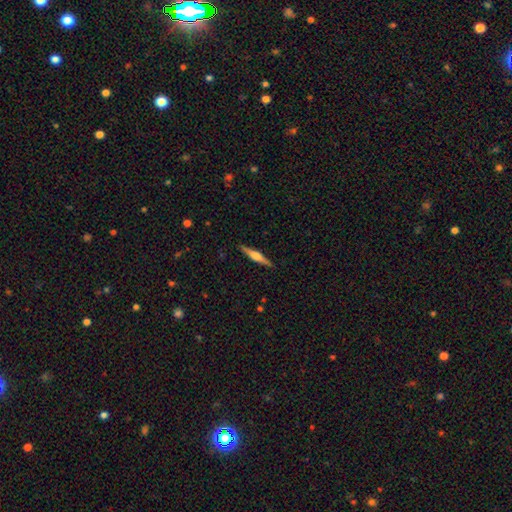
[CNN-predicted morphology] Smooth or featured?
  - featured or disk: 71% *
  - smooth: 23%
  - star or artifact: 5%
Edge-on disk?
  - yes: 98% *
  - no: 2%
Edge-on bulge?
  - rounded: 83% *
  - boxy: 13%
  - none: 4%
Merging?
  - none: 91% *
  - minor disturbance: 7%
  - major disturbance: 1%
  - merger: 1%